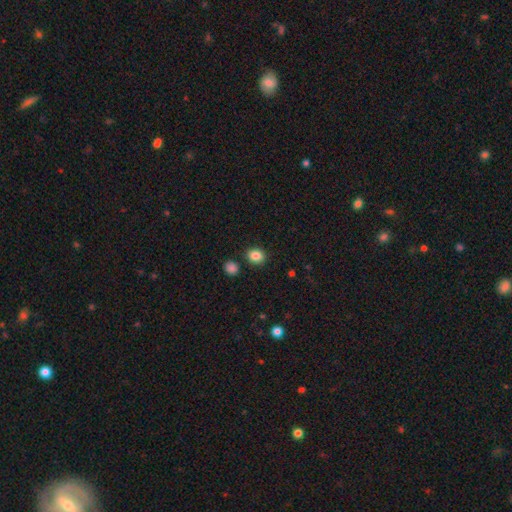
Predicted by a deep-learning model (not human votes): Smooth or featured? Predicted: smooth (p=0.86). How rounded? Predicted: round (p=0.65). Merging? Predicted: none (p=0.86).